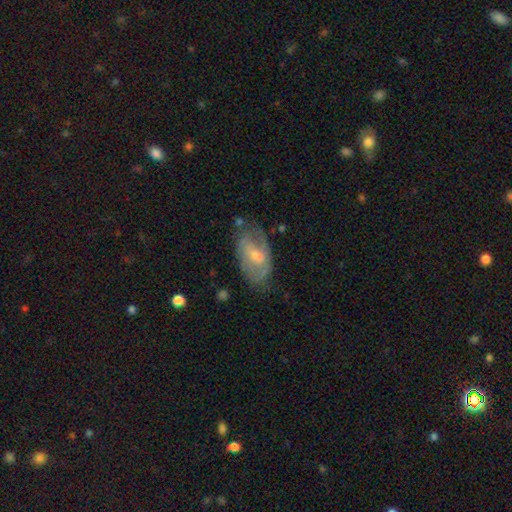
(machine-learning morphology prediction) Smooth or featured? Predicted: featured or disk (p=0.62). Edge-on disk? Predicted: no (p=0.93). Bar? Predicted: weak (p=0.50). Spiral arms? Predicted: yes (p=0.68). Bulge size? Predicted: moderate (p=0.50). Merging? Predicted: none (p=0.60).